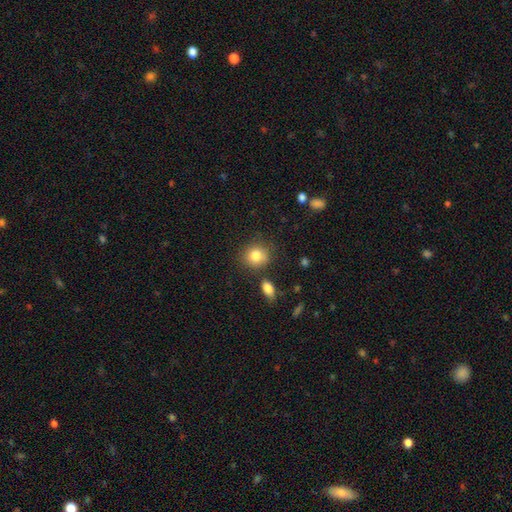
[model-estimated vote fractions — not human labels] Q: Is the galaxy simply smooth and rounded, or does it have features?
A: smooth — 83%.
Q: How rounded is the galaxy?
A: round — 81%.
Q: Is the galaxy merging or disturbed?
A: none — 78%.